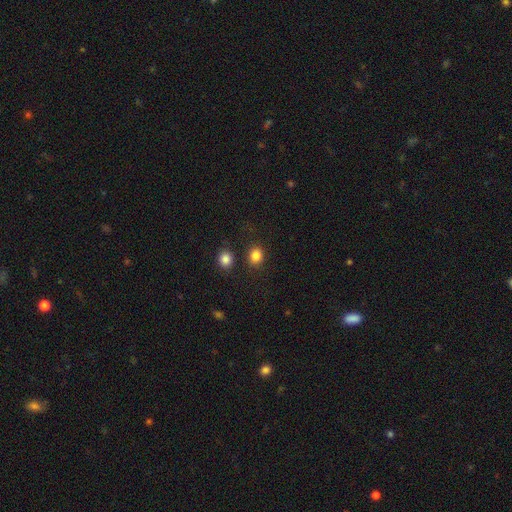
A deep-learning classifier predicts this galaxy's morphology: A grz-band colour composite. It shows a smooth galaxy with no disk features (84%) that is round (77%). Merging: none (83%).